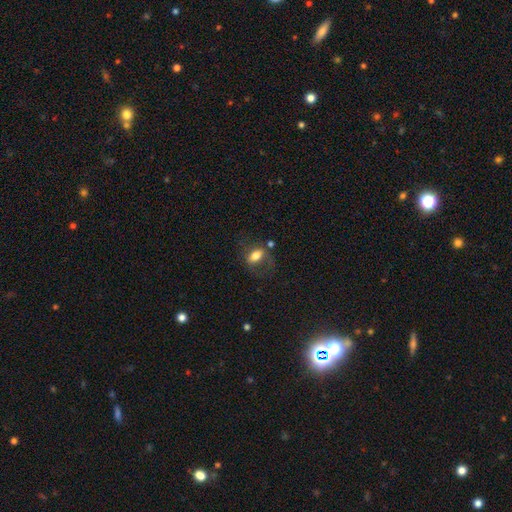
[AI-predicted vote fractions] This appears to be a smooth galaxy with no disk features (68%) that is in between round and cigar-shaped (82%). Merging: none (56%).